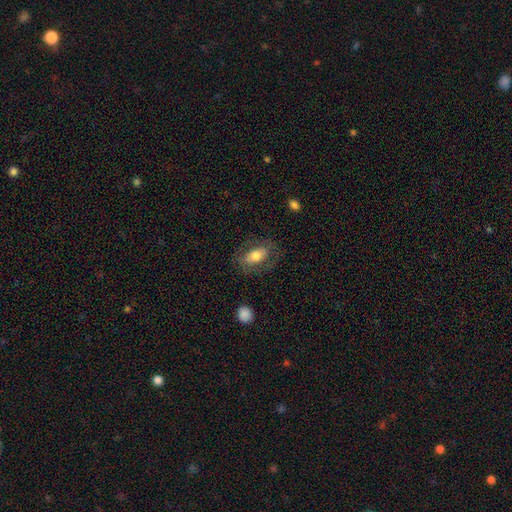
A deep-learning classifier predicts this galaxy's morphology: smooth-or-featured: smooth: 60% | featured or disk: 33% | star or artifact: 7%
  how-rounded: in between: 87% | round: 8% | cigar-shaped: 5%
  merging: none: 72% | minor disturbance: 15% | major disturbance: 11% | merger: 1%